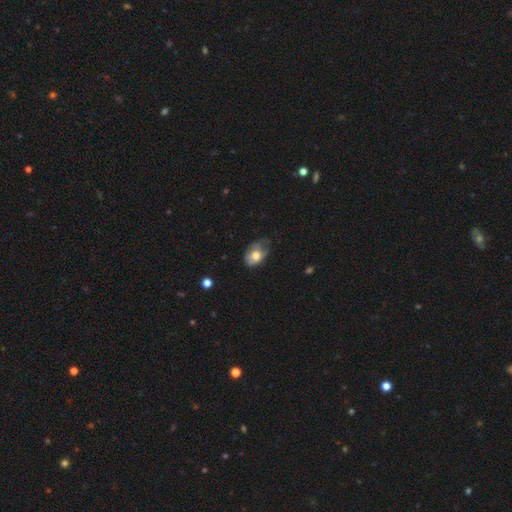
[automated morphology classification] Smooth or featured? smooth (66%)
How rounded? in between (84%)
Merging? minor disturbance (39%)